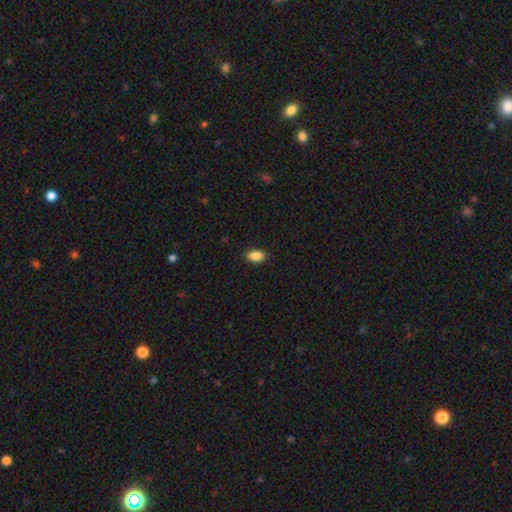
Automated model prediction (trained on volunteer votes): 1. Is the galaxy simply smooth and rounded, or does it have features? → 89% smooth, 8% star or artifact, 3% featured or disk.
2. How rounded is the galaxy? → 89% in between, 10% round, 2% cigar-shaped.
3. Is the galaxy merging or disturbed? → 89% none, 8% minor disturbance, 2% major disturbance, 1% merger.